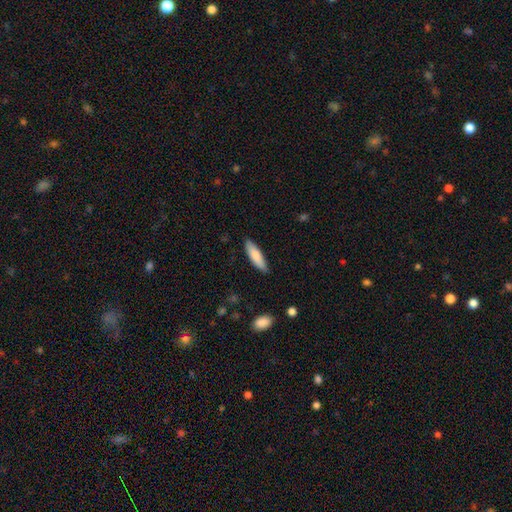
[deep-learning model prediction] Overall: smooth (80%). How rounded: cigar-shaped (62%; in between 36%). Merging: none (86%).